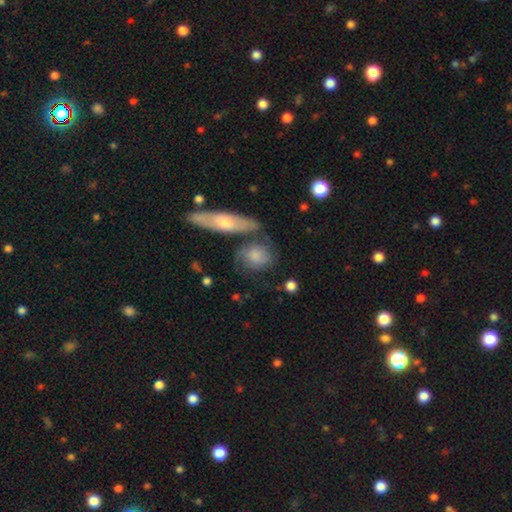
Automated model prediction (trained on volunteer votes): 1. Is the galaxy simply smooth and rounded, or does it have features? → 64% smooth, 29% featured or disk, 7% star or artifact.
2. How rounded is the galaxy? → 55% round, 38% in between, 7% cigar-shaped.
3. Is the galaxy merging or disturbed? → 52% none, 20% minor disturbance, 19% merger, 9% major disturbance.